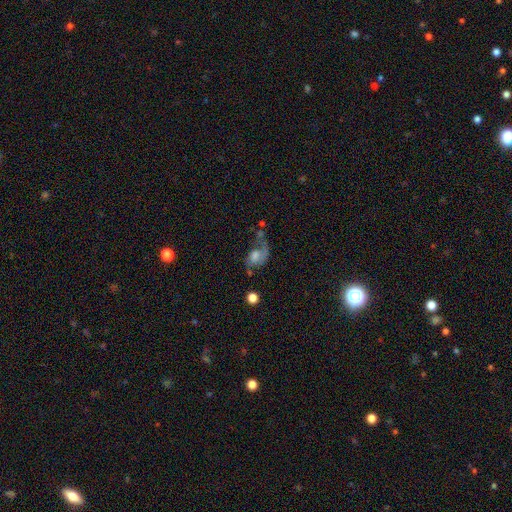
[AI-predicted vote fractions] smooth-or-featured: featured or disk: 57% | smooth: 31% | star or artifact: 12%
  disk-edge-on: no: 97% | yes: 3%
    bar: no: 71% | weak: 25% | strong: 4%
    has-spiral-arms: yes: 82% | no: 18%
    bulge-size: moderate: 35% | large: 27% | small: 18% | none: 15% | dominant: 4%
  merging: major disturbance: 40% | none: 30% | minor disturbance: 19% | merger: 11%